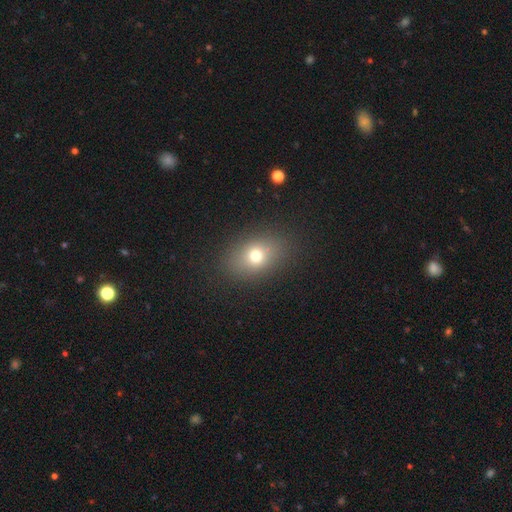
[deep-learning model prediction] A smooth galaxy with no disk features (74%) that is in between round and cigar-shaped (68%). Merging: none (85%).